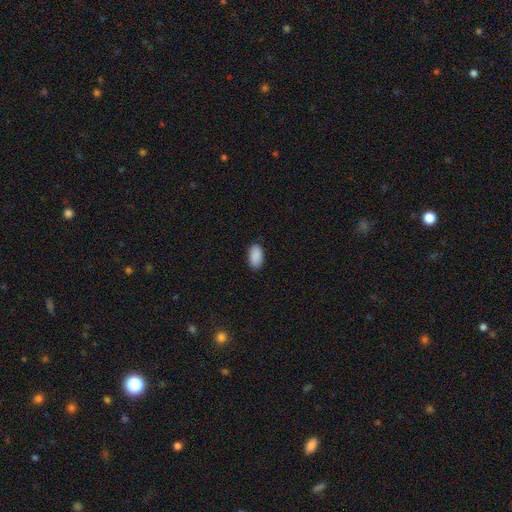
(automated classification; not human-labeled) smooth 91%, star or artifact 7%, featured or disk 3%. Down the decision tree: how rounded — in between (95%); merging — none (87%).